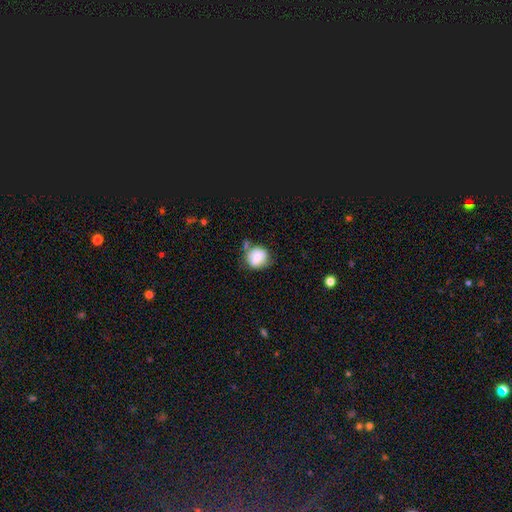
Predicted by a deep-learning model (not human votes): A smooth galaxy with no disk features (75%) that is round (86%). Merging: none (59%).